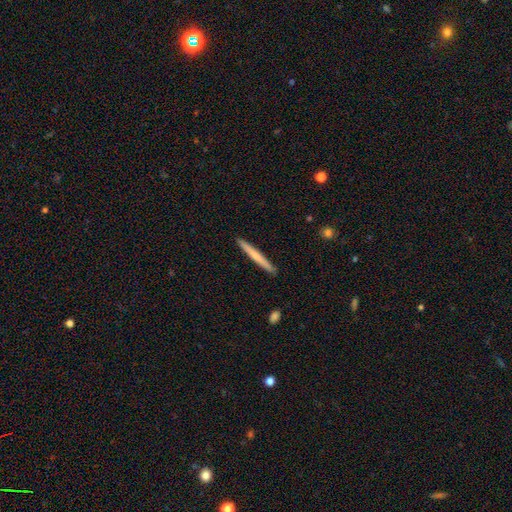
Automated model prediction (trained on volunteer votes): smooth-or-featured: smooth: 60% | featured or disk: 35% | star or artifact: 5%
  how-rounded: cigar-shaped: 97% | in between: 2% | round: 1%
  merging: none: 92% | minor disturbance: 6% | major disturbance: 1% | merger: 1%